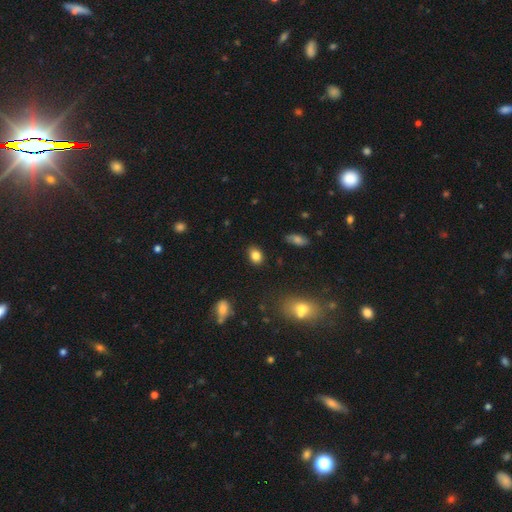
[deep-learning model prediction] smooth 84%, star or artifact 10%, featured or disk 6%. Down the decision tree: how rounded — in between (64%); merging — none (83%).